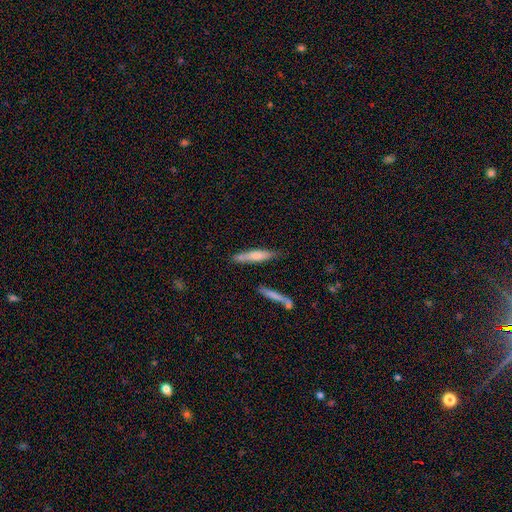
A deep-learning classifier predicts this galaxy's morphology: Overall: smooth (65%; featured or disk 29%). How rounded: cigar-shaped (86%). Merging: none (72%).